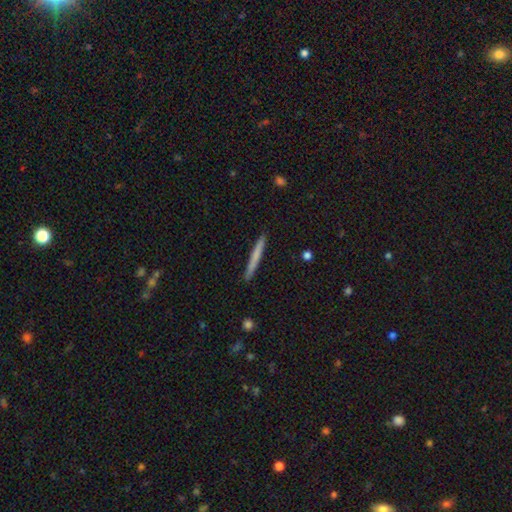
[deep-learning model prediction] Smooth or featured? Predicted: smooth (p=0.64). How rounded? Predicted: cigar-shaped (p=0.97). Merging? Predicted: none (p=0.91).